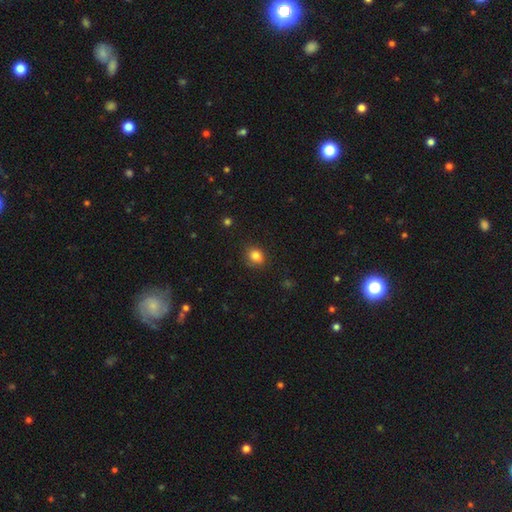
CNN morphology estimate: smooth-or-featured: smooth: 84% | star or artifact: 11% | featured or disk: 6%
  how-rounded: round: 63% | in between: 36% | cigar-shaped: 1%
  merging: none: 82% | minor disturbance: 13% | major disturbance: 3% | merger: 1%